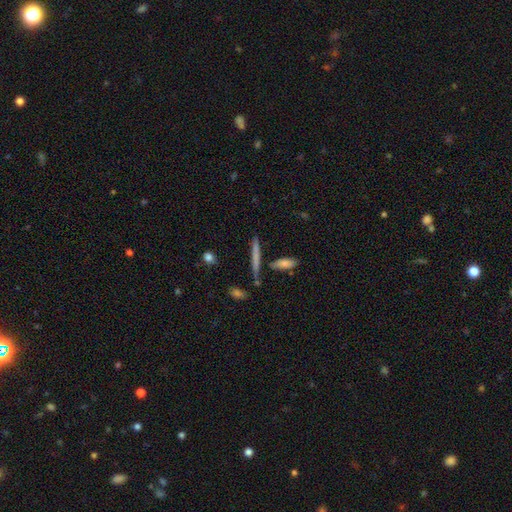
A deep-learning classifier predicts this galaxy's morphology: A smooth galaxy with no disk features (51%) that is cigar-shaped (91%).

Vote fractions:
- Smooth or featured? smooth: 51% / featured or disk: 39% / star or artifact: 10%
- How rounded? cigar-shaped: 91% / in between: 6% / round: 3%
- Merging? none: 79% / minor disturbance: 9% / merger: 9% / major disturbance: 3%